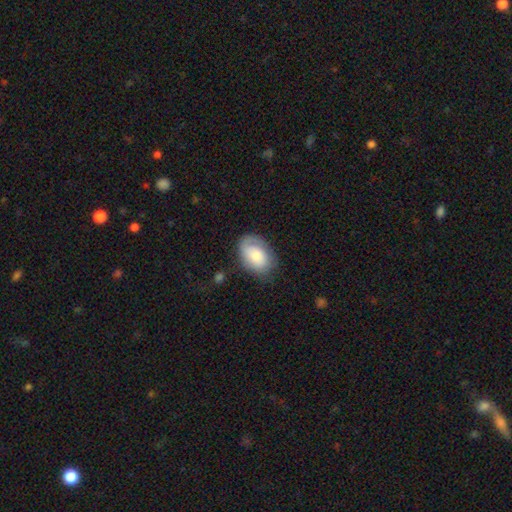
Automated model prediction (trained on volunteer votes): This appears to be a smooth galaxy with no disk features (65%) that is in between round and cigar-shaped (85%). Merging: none (69%).